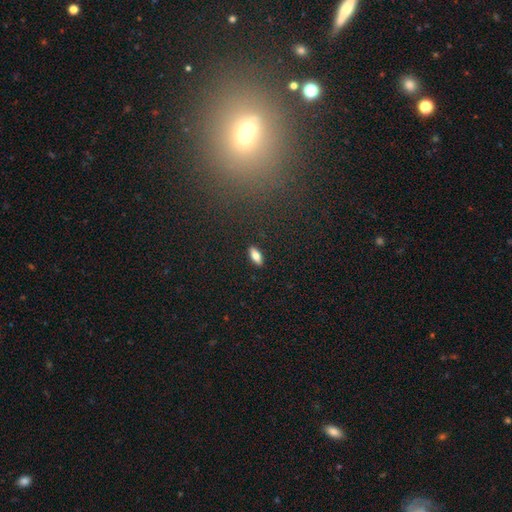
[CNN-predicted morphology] type=smooth (76%); roundness=in between (80%); merging=none (90%).